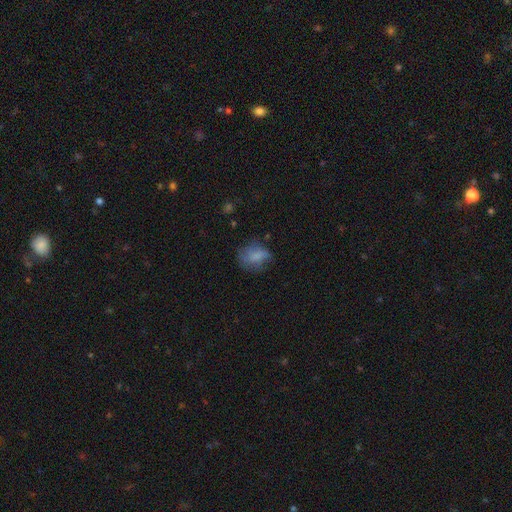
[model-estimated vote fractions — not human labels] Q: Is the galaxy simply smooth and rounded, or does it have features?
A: smooth — 70%.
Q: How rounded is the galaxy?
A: in between — 61%.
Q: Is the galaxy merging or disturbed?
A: none — 49%.